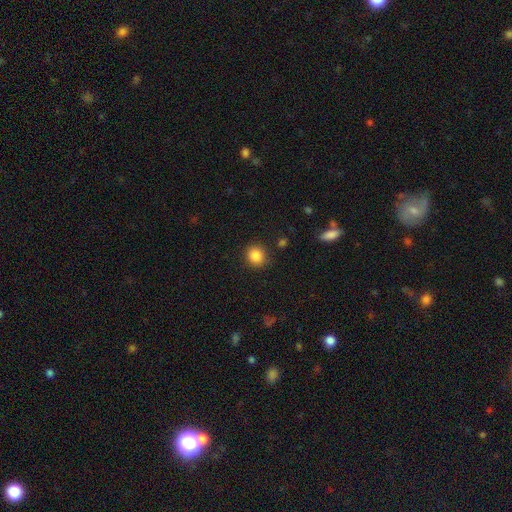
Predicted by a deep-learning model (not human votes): Overall: smooth (86%). How rounded: round (83%). Merging: none (88%).